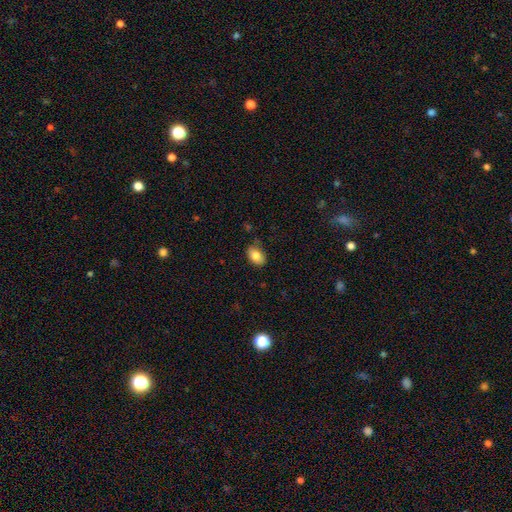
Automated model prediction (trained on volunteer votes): A smooth galaxy with no disk features (83%) that is in between round and cigar-shaped (83%). Merging: none (73%).